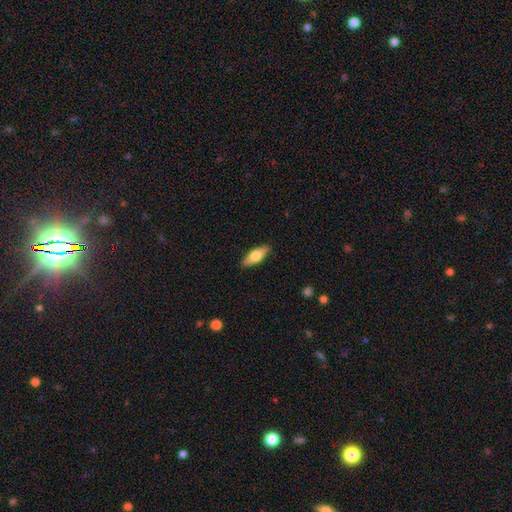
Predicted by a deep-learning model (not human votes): The model was most divided on "how rounded": in between: 65%, cigar-shaped: 32%, round: 3%. More confident: merging — none (89%); smooth or featured — smooth (64%).